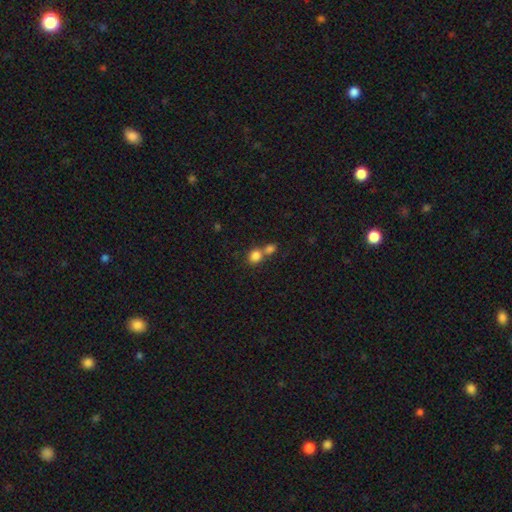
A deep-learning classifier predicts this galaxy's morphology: smooth 82%, star or artifact 10%, featured or disk 7%. Down the decision tree: how rounded — round (71%); merging — merger (52%).